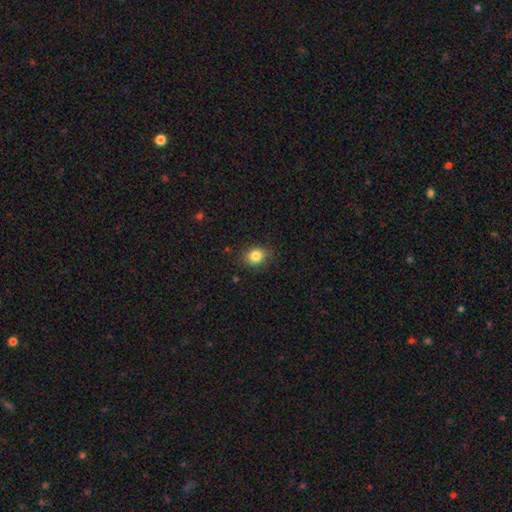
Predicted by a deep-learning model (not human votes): A smooth galaxy with no disk features (83%) that is round (59%).

Vote fractions:
- Smooth or featured? smooth: 83% / star or artifact: 10% / featured or disk: 6%
- How rounded? round: 59% / in between: 40% / cigar-shaped: 1%
- Merging? none: 85% / minor disturbance: 11% / major disturbance: 3% / merger: 1%